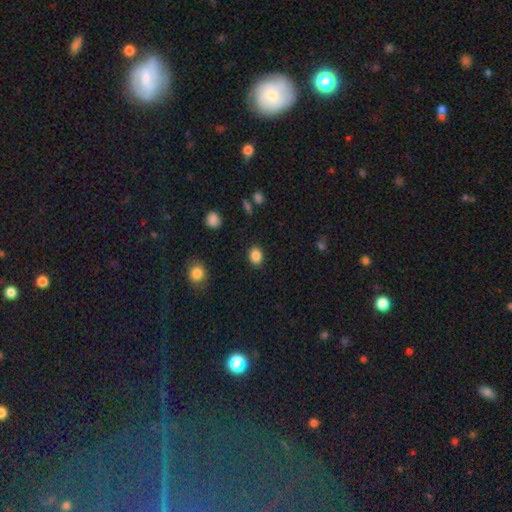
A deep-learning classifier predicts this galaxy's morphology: smooth_or_featured: smooth (p=0.86) [alt: star or artifact p=0.09]
how_rounded: in between (p=0.54) [alt: round p=0.45]
merging: none (p=0.88) [alt: minor disturbance p=0.08]